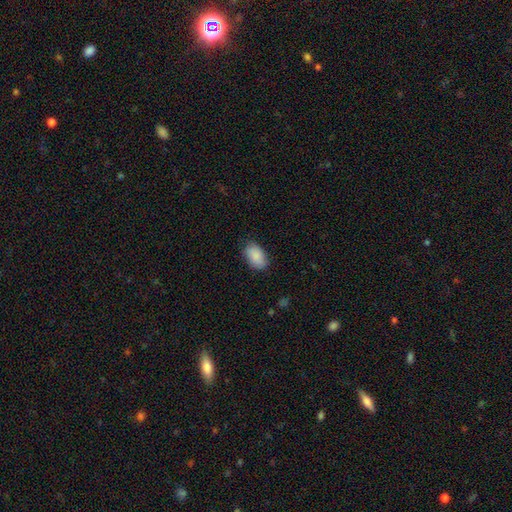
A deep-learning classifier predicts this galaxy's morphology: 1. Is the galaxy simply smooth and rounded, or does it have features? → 89% smooth, 6% star or artifact, 5% featured or disk.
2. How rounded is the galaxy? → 92% in between, 7% round, 1% cigar-shaped.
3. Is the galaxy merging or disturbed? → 81% none, 15% minor disturbance, 3% major disturbance, 1% merger.